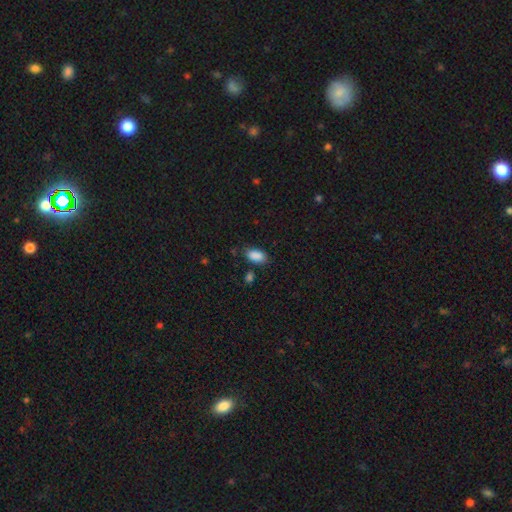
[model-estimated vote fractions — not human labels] Overall: smooth (88%). How rounded: in between (92%). Merging: none (75%).